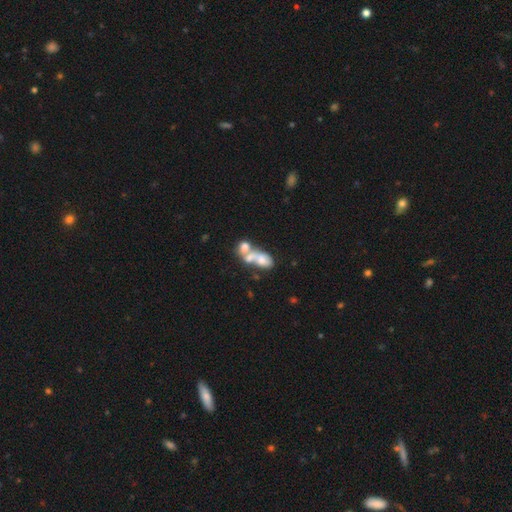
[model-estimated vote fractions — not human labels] Morphology: type=smooth (46%); merging=merger (60%).